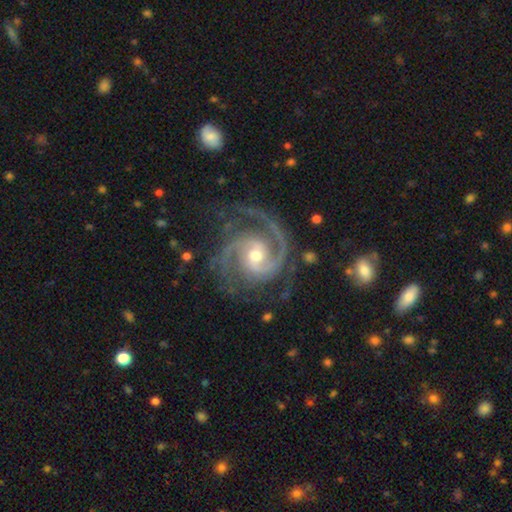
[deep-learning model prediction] Overall: featured or disk (94%). Edge-on disk: no (98%). Bar: no (48%; weak 39%). Spiral arms: yes (99%). Spiral arm count: 2 (64%). Spiral winding: medium (48%; tight 44%). Bulge size: moderate (66%). Merging: none (72%).